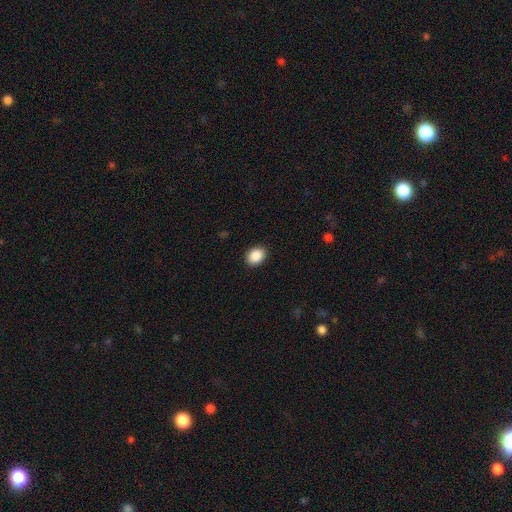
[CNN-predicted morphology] Smooth or featured?
  - smooth: 89% *
  - star or artifact: 8%
  - featured or disk: 3%
How rounded?
  - in between: 59% *
  - round: 40%
  - cigar-shaped: 1%
Merging?
  - none: 90% *
  - minor disturbance: 7%
  - major disturbance: 2%
  - merger: 1%